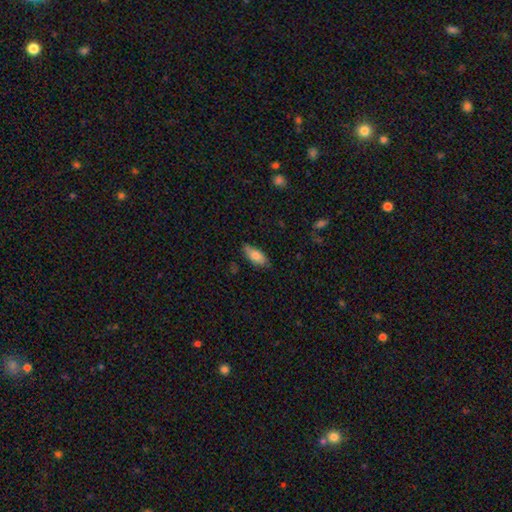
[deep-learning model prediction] Q: Smooth or featured?
A: smooth (81%); runner-up: featured or disk (13%)
Q: How rounded?
A: in between (82%); runner-up: cigar-shaped (16%)
Q: Merging?
A: none (77%); runner-up: minor disturbance (18%)